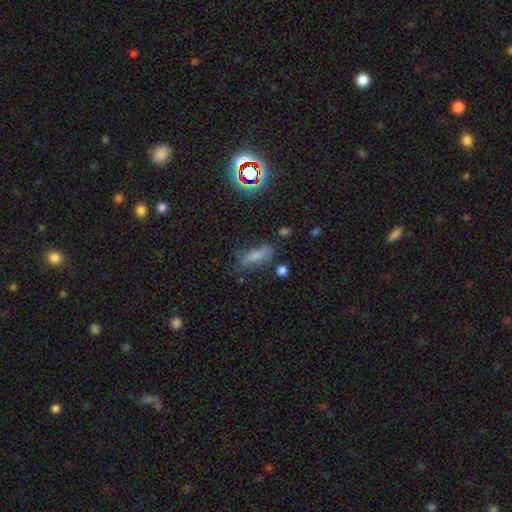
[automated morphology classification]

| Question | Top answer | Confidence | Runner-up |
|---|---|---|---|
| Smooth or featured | smooth | 58% | star or artifact (25%) |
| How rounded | in between | 58% | cigar-shaped (37%) |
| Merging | none | 68% | minor disturbance (21%) |